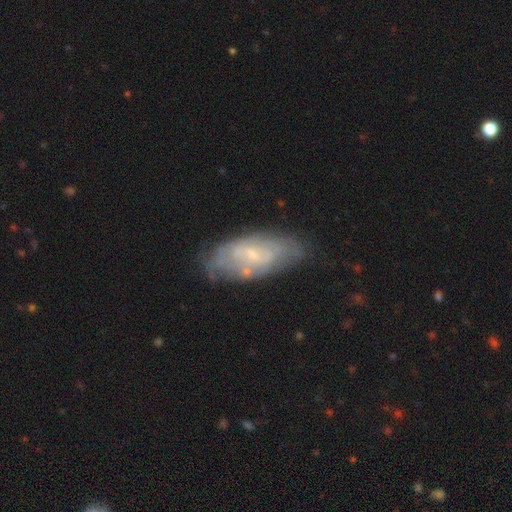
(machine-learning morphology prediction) smooth_or_featured: featured or disk (p=0.57) [alt: smooth p=0.34]
disk_edge_on: no (p=0.86) [alt: yes p=0.14]
merging: none (p=0.71) [alt: minor disturbance p=0.19]